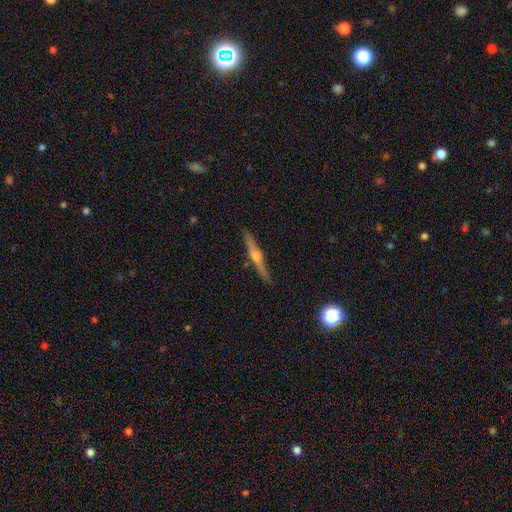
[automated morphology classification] The model was most divided on "smooth or featured": featured or disk: 80%, smooth: 14%, star or artifact: 6%. More confident: edge-on disk — yes (98%); edge-on bulge — rounded (93%); merging — none (91%).